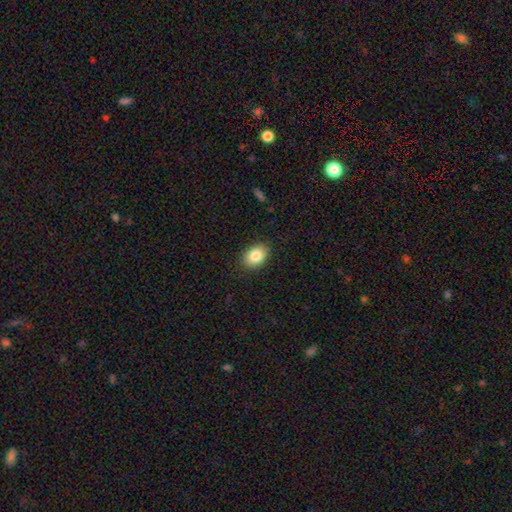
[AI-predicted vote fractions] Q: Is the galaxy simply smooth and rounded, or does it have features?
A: smooth — 85%.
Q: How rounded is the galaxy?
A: in between — 78%.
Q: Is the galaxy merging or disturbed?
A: none — 88%.